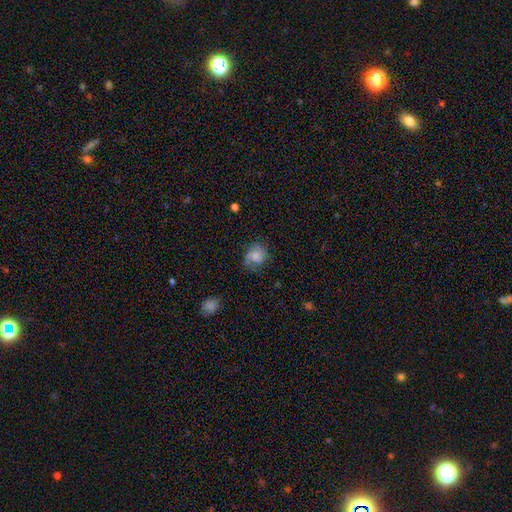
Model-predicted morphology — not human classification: Q: Smooth or featured?
A: smooth (57%); runner-up: featured or disk (34%)
Q: How rounded?
A: round (59%); runner-up: in between (40%)
Q: Merging?
A: none (57%); runner-up: minor disturbance (27%)